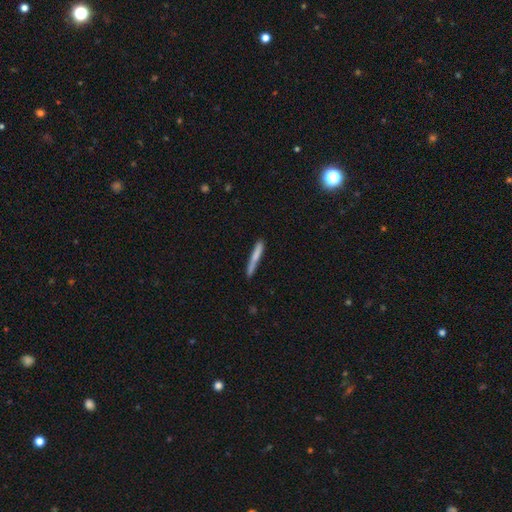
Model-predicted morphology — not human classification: Smooth or featured?
  - smooth: 72% *
  - featured or disk: 22%
  - star or artifact: 6%
How rounded?
  - cigar-shaped: 96% *
  - in between: 3%
  - round: 1%
Merging?
  - none: 78% *
  - minor disturbance: 17%
  - major disturbance: 3%
  - merger: 2%